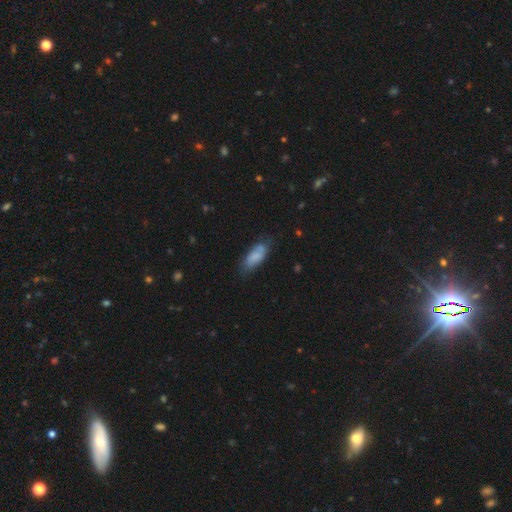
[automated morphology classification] Overall: smooth (79%). How rounded: in between (80%). Merging: none (63%; minor disturbance 26%).